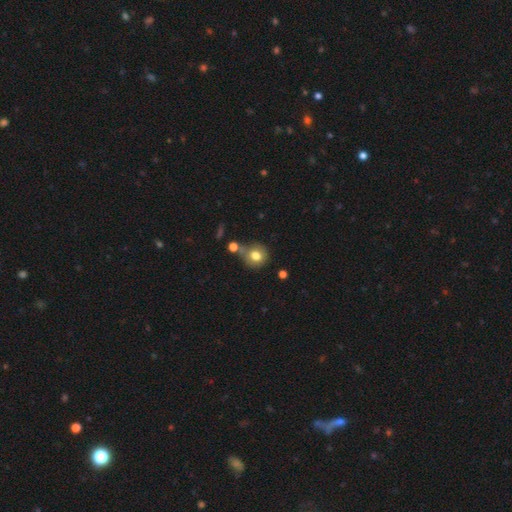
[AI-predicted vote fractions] Smooth or featured? Predicted: smooth (p=0.78). How rounded? Predicted: round (p=0.85). Merging? Predicted: none (p=0.57).